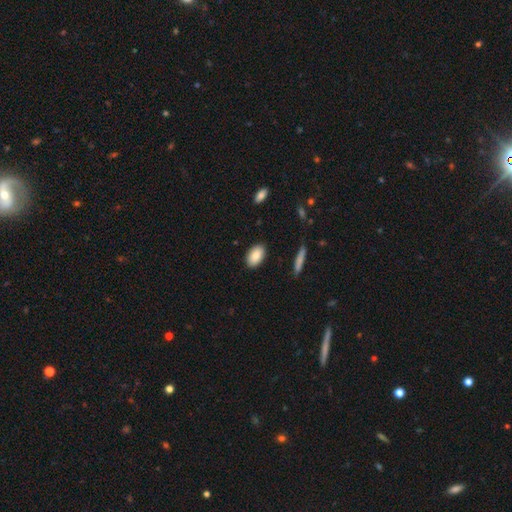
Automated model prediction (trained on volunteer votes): smooth 86%, featured or disk 7%, star or artifact 7%. Down the decision tree: how rounded — in between (92%); merging — none (88%).